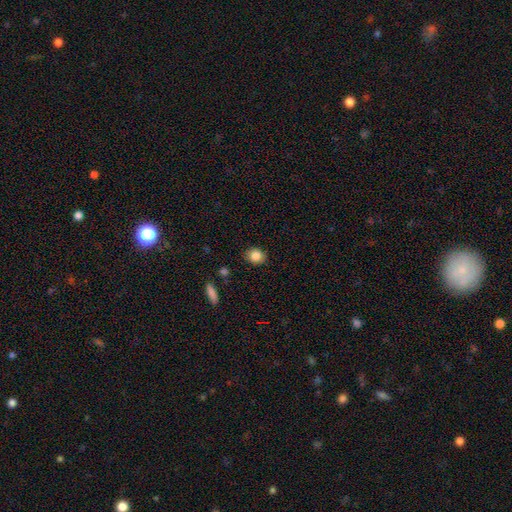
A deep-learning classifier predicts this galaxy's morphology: type=smooth (84%); roundness=round (59%); merging=none (87%).